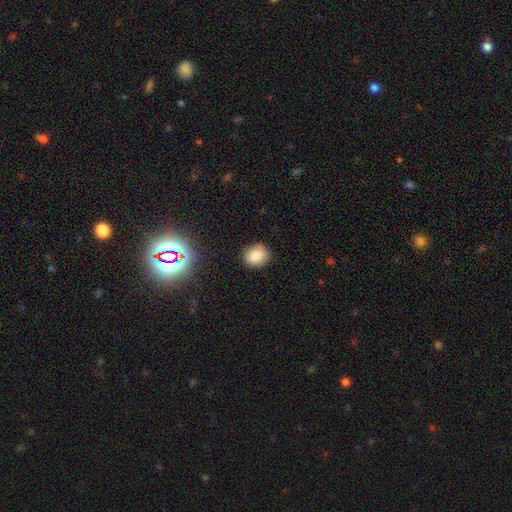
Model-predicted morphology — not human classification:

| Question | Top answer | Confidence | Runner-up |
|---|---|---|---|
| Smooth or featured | smooth | 82% | star or artifact (11%) |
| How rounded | round | 68% | in between (31%) |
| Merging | none | 87% | minor disturbance (9%) |